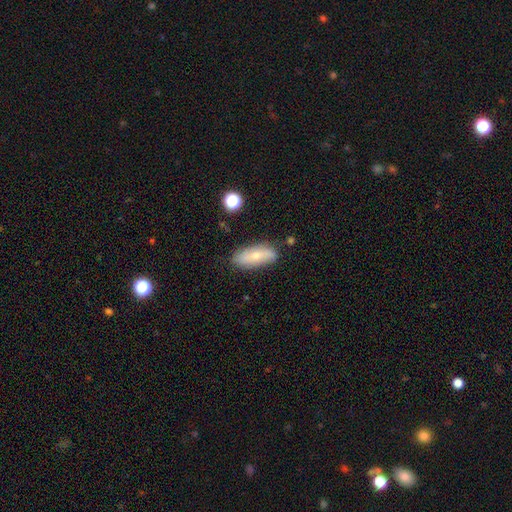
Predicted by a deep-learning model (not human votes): smooth-or-featured: smooth: 58% | featured or disk: 34% | star or artifact: 8%
  how-rounded: in between: 75% | cigar-shaped: 22% | round: 3%
  merging: none: 78% | minor disturbance: 16% | major disturbance: 3% | merger: 2%